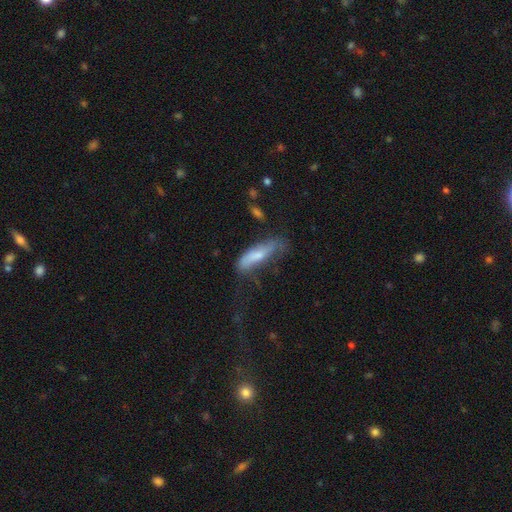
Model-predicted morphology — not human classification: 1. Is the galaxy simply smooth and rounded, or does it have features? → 62% smooth, 31% featured or disk, 7% star or artifact.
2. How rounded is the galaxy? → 59% cigar-shaped, 39% in between, 2% round.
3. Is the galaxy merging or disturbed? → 40% none, 31% minor disturbance, 25% major disturbance, 5% merger.